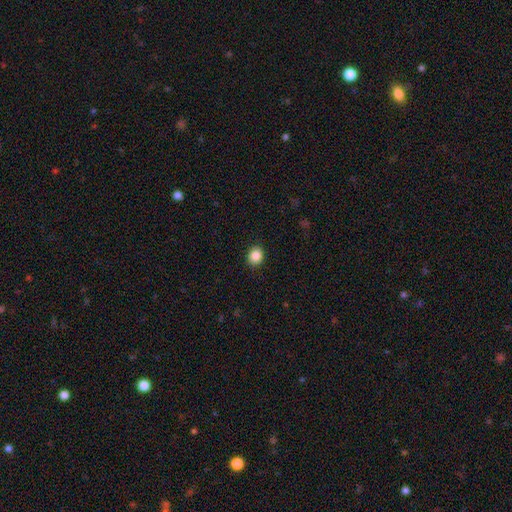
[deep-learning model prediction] Smooth or featured? Predicted: smooth (p=0.86). How rounded? Predicted: round (p=0.71). Merging? Predicted: none (p=0.92).